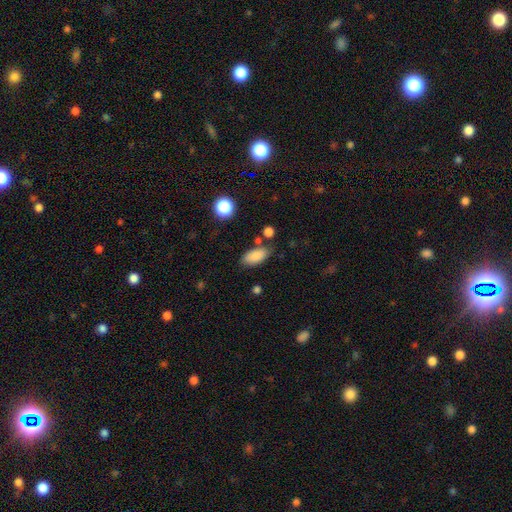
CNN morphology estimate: The model was most divided on "merging": none: 76%, minor disturbance: 14%, merger: 6%, major disturbance: 4%. More confident: how rounded — in between (89%); smooth or featured — smooth (86%).